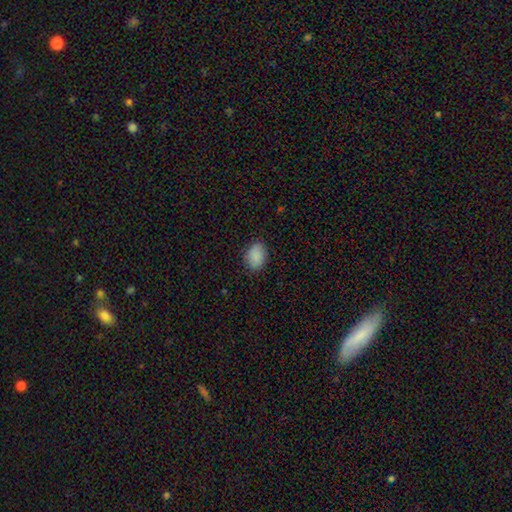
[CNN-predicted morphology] Overall: smooth (89%). How rounded: in between (76%). Merging: none (85%).